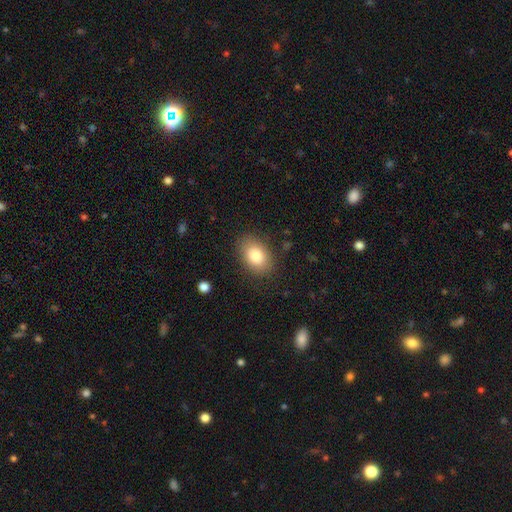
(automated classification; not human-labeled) This appears to be a smooth galaxy with no disk features (84%) that is in between round and cigar-shaped (82%). Merging: none (83%).